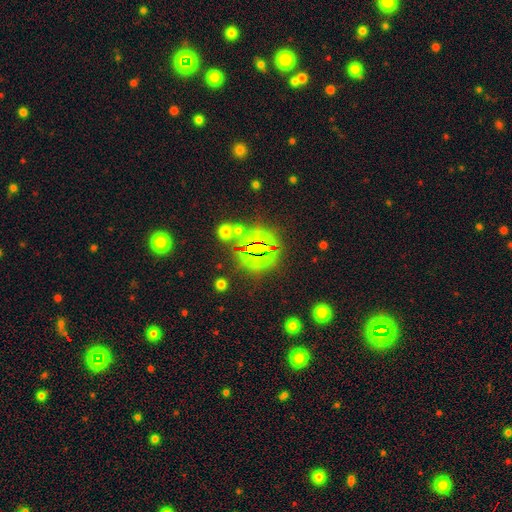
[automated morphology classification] A star or artifact, not a galaxy (77%).